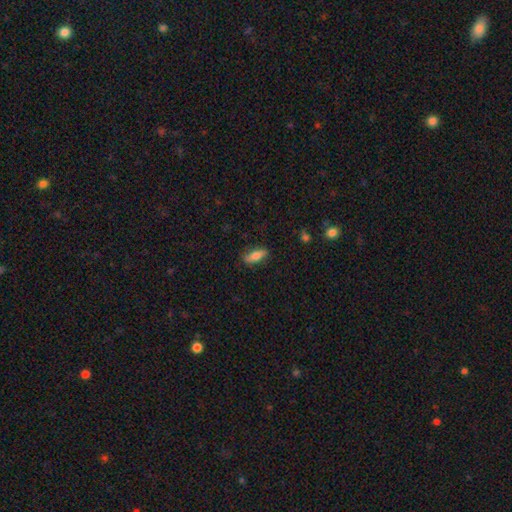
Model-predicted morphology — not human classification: Smooth or featured: smooth — 73% (featured or disk — 20%)
How rounded: in between — 63% (cigar-shaped — 34%)
Merging: none — 85% (minor disturbance — 12%)